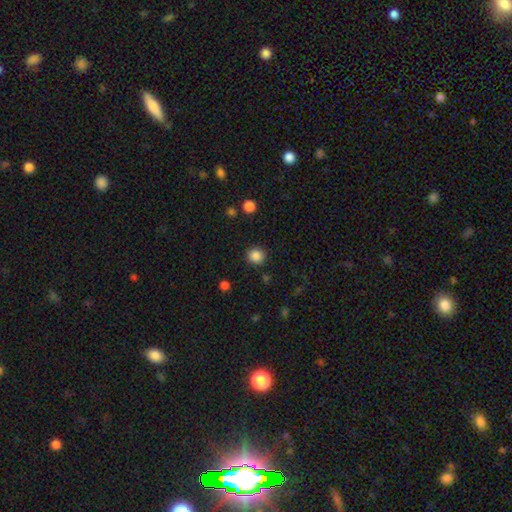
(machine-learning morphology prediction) A smooth galaxy with no disk features (86%) that is round (90%).

Vote fractions:
- Smooth or featured? smooth: 86% / star or artifact: 11% / featured or disk: 3%
- How rounded? round: 90% / in between: 9% / cigar-shaped: 1%
- Merging? none: 90% / minor disturbance: 6% / major disturbance: 2% / merger: 2%